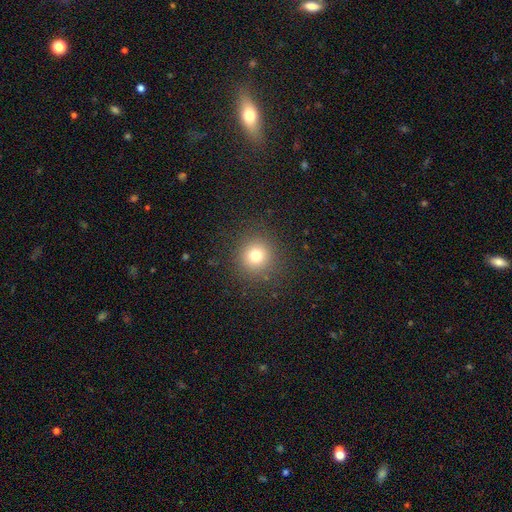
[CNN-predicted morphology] This is likely a smooth galaxy (76%). How rounded: clearly round (93%). Merging: clearly none (89%).